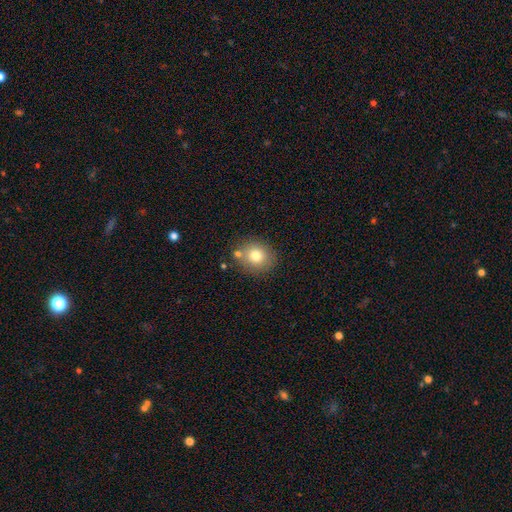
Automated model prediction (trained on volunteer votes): Overall: smooth (77%). How rounded: round (76%). Merging: none (74%).